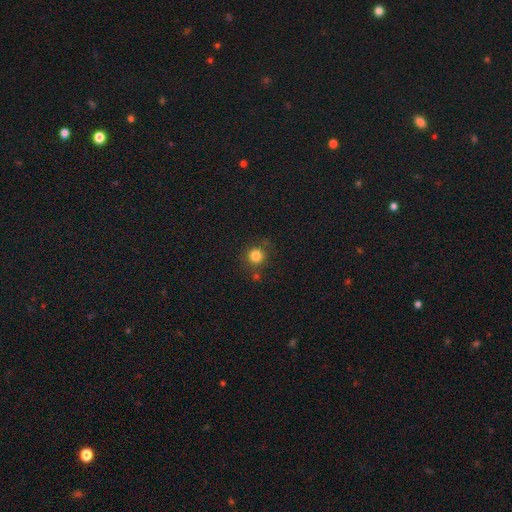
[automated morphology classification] smooth_or_featured: smooth (p=0.82) [alt: star or artifact p=0.13]
how_rounded: round (p=0.93) [alt: in between p=0.06]
merging: none (p=0.80) [alt: minor disturbance p=0.10]